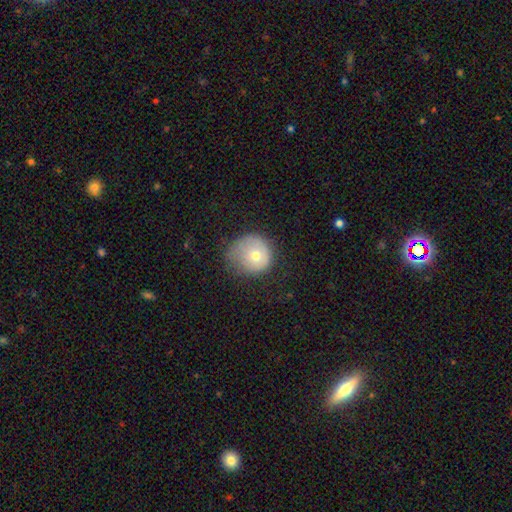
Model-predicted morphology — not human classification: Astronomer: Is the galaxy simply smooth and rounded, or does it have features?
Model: smooth — 68%.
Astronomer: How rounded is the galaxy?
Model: round — 83%.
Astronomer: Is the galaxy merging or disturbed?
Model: minor disturbance — 37% (runner-up: none, 35%).